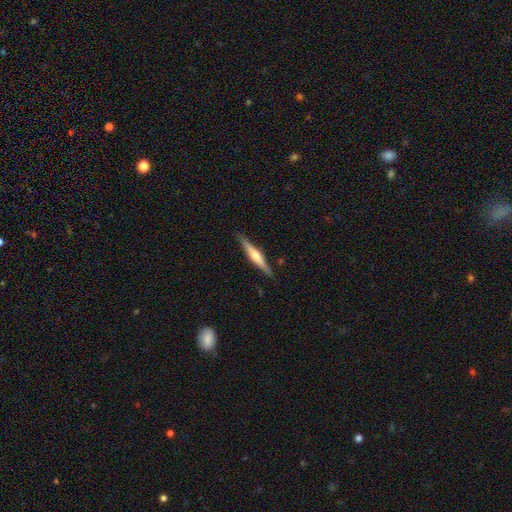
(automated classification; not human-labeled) Overall: featured or disk (59%; smooth 35%). Edge-on disk: yes (97%). Edge-on bulge: rounded (67%). Merging: none (89%).